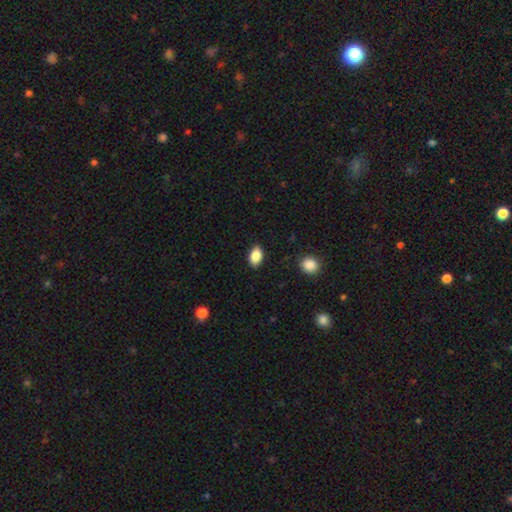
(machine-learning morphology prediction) smooth 86%, star or artifact 8%, featured or disk 6%. Down the decision tree: how rounded — in between (89%); merging — none (87%).